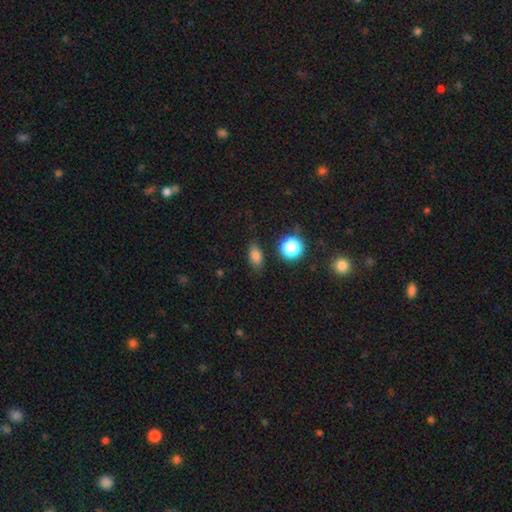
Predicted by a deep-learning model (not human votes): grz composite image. It shows a smooth galaxy with no disk features (79%) that is in between round and cigar-shaped (80%). Merging: none (82%).